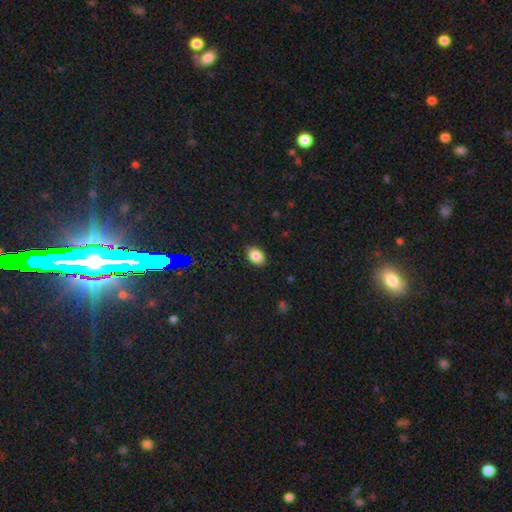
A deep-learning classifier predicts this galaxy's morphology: Smooth or featured? Predicted: smooth (p=0.86). How rounded? Predicted: in between (p=0.77). Merging? Predicted: none (p=0.88).